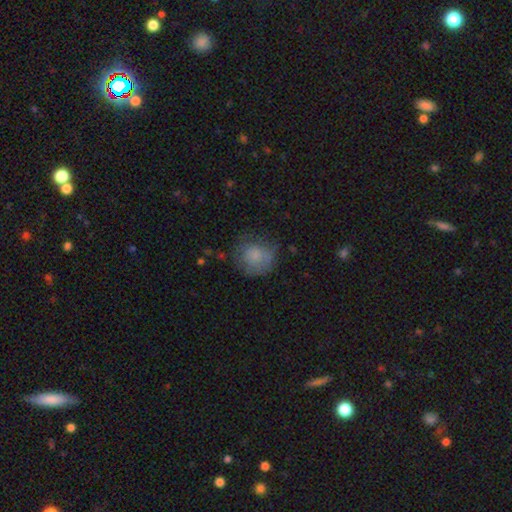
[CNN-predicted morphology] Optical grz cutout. It shows a smooth galaxy with no disk features (76%) that is round (84%). Merging: none (60%).